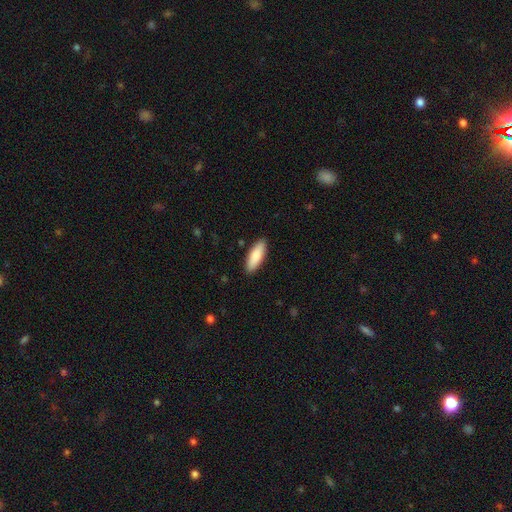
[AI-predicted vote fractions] This is clearly a smooth galaxy (84%). How rounded: possibly in between (59%). Merging: clearly none (89%).